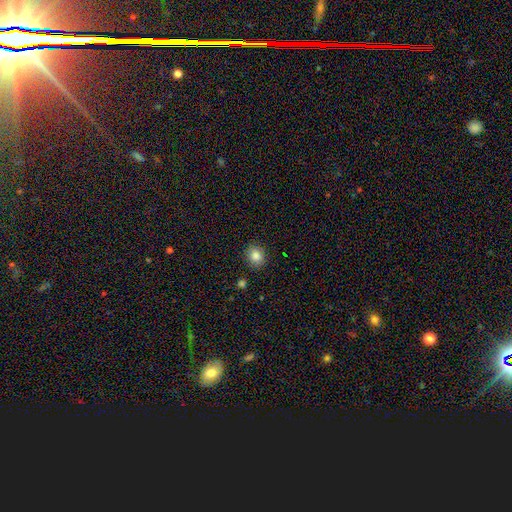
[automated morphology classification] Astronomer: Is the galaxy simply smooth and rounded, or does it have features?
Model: smooth — 85%.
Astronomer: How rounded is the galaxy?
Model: round — 76%.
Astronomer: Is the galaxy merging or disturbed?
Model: none — 89%.